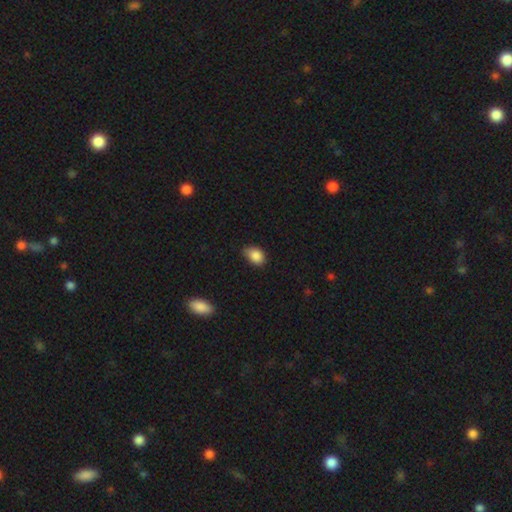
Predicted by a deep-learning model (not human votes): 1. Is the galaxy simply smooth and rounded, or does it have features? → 87% smooth, 9% star or artifact, 5% featured or disk.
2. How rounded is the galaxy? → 77% in between, 22% round, 1% cigar-shaped.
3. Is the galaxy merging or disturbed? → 66% none, 29% minor disturbance, 4% major disturbance, 1% merger.